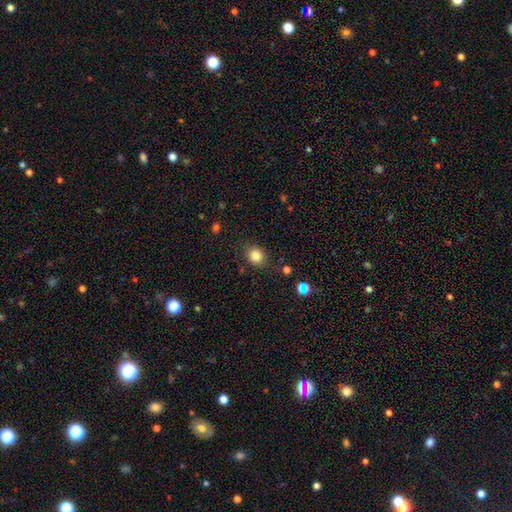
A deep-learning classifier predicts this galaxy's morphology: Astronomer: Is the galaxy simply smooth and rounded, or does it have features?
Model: smooth — 82%.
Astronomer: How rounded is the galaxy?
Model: round — 68%.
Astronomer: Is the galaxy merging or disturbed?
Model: none — 84%.